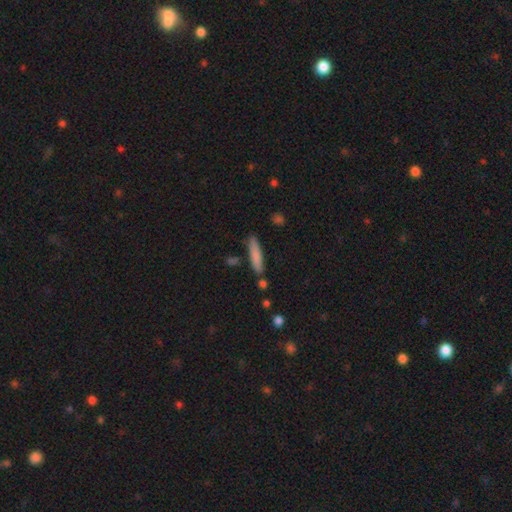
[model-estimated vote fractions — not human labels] Smooth or featured: smooth — 80% (featured or disk — 14%)
How rounded: cigar-shaped — 87% (in between — 11%)
Merging: none — 82% (minor disturbance — 11%)